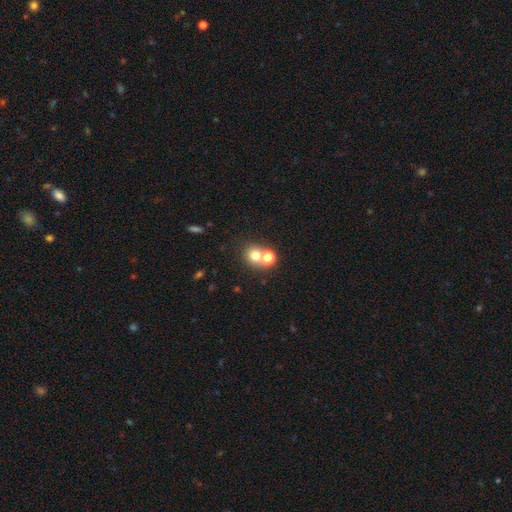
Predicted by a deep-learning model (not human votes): This is likely a smooth galaxy (72%). How rounded: clearly round (82%). Merging: possibly none (46%).